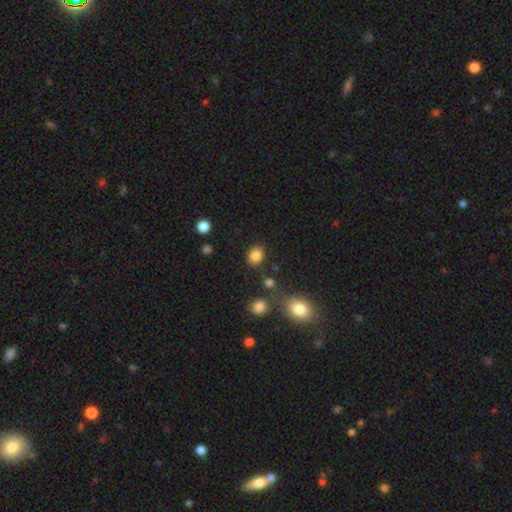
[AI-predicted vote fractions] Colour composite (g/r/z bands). It shows a smooth galaxy with no disk features (84%) that is round (62%). Merging: none (80%).